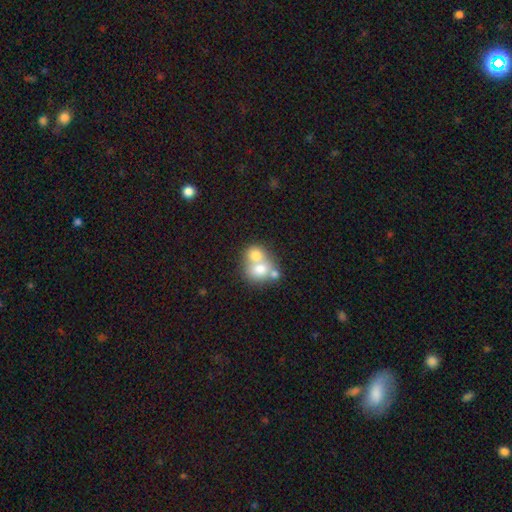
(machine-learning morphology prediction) A smooth galaxy with no disk features (68%) that is round (69%).

Vote fractions:
- Smooth or featured? smooth: 68% / featured or disk: 23% / star or artifact: 9%
- How rounded? round: 69% / in between: 30% / cigar-shaped: 1%
- Merging? merger: 68% / none: 23% / minor disturbance: 6% / major disturbance: 3%